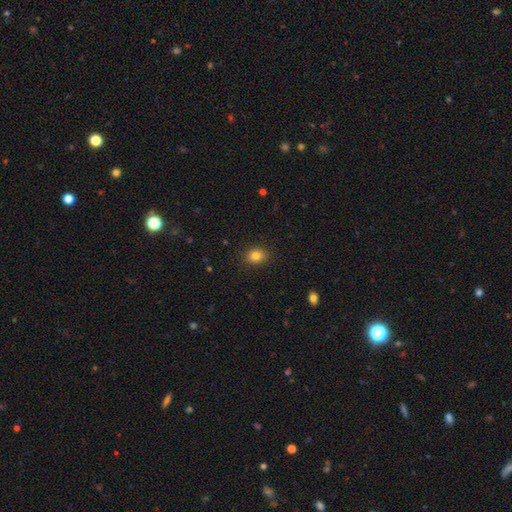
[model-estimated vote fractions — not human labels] smooth_or_featured: smooth (p=0.83) [alt: star or artifact p=0.11]
how_rounded: round (p=0.50) [alt: in between p=0.49]
merging: none (p=0.89) [alt: minor disturbance p=0.08]